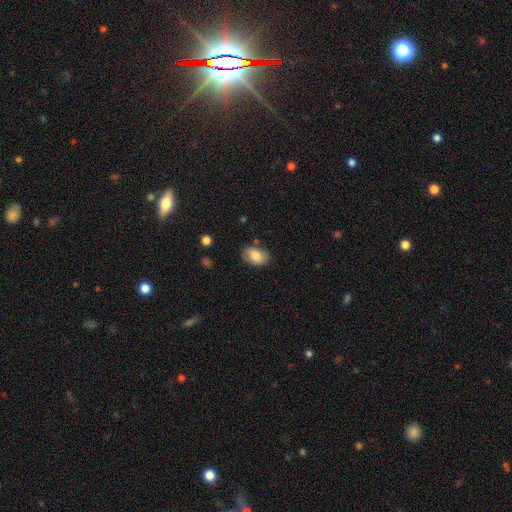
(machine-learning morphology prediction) smooth 81%, featured or disk 12%, star or artifact 7%. Down the decision tree: how rounded — in between (89%); merging — none (75%).